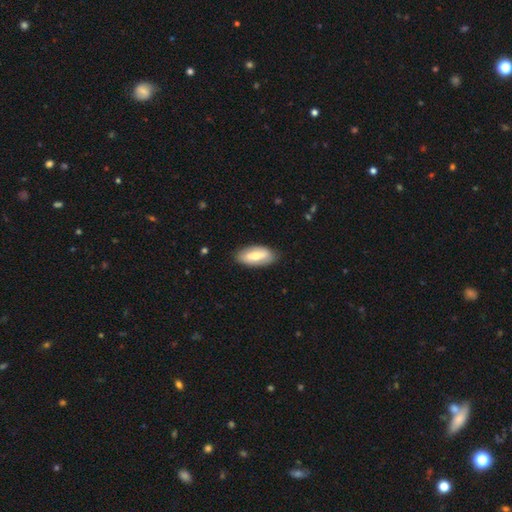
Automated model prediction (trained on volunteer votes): smooth_or_featured: smooth (p=0.59) [alt: featured or disk p=0.36]
how_rounded: in between (p=0.88) [alt: cigar-shaped p=0.10]
merging: none (p=0.85) [alt: minor disturbance p=0.12]